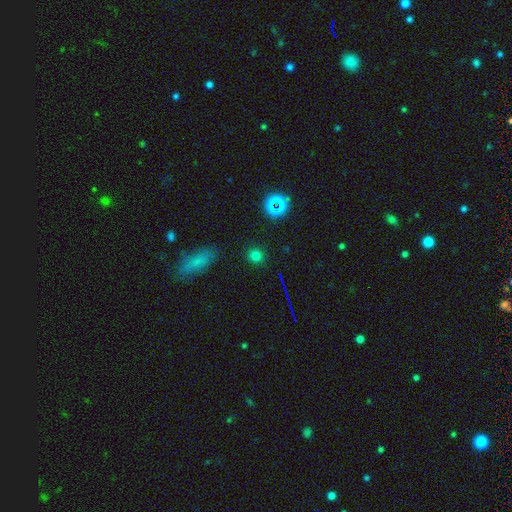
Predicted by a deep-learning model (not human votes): Smooth or featured? Predicted: smooth (p=0.74). How rounded? Predicted: round (p=0.86). Merging? Predicted: none (p=0.89).